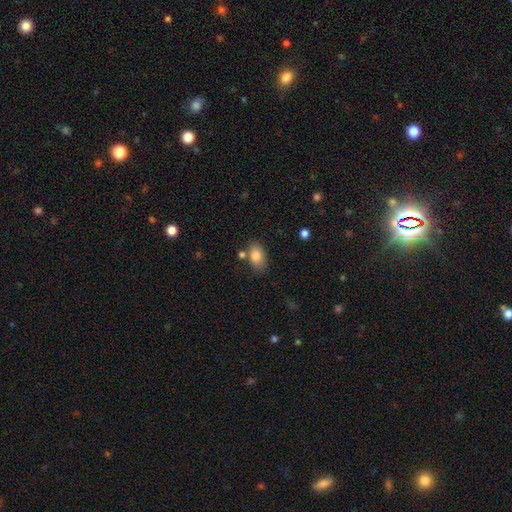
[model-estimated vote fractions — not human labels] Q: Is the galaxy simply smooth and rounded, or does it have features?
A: smooth — 82%.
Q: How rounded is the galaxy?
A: in between — 86%.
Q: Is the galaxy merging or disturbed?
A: none — 72%.